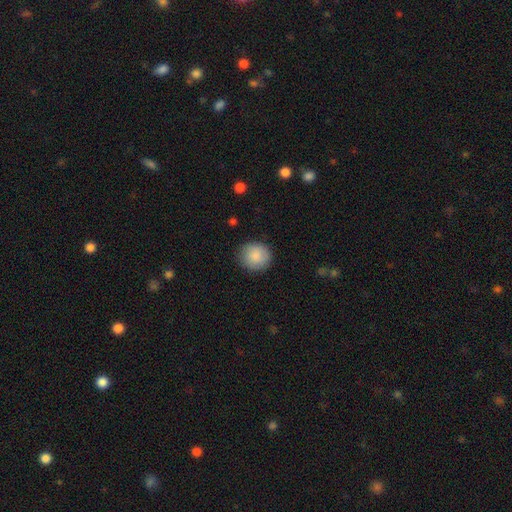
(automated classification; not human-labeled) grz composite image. It shows a smooth galaxy with no disk features (88%) that is round (87%). Merging: none (87%).